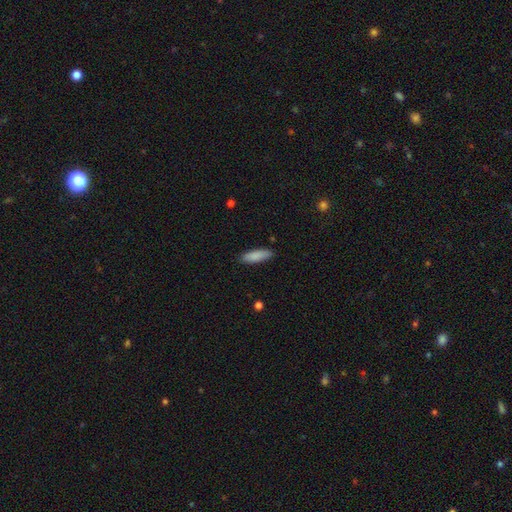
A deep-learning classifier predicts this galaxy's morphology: Smooth or featured: smooth — 87% (featured or disk — 7%)
How rounded: in between — 52% (cigar-shaped — 46%)
Merging: none — 87% (minor disturbance — 10%)